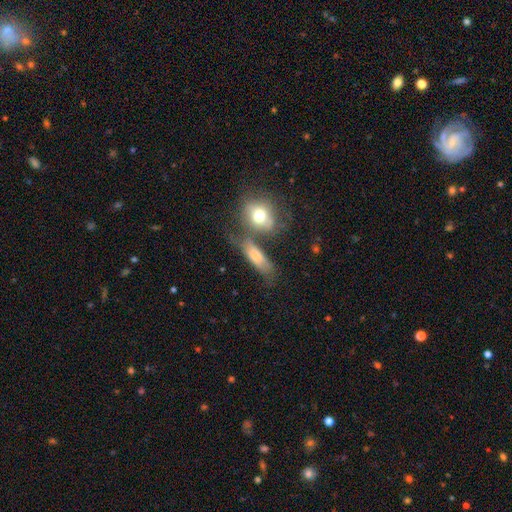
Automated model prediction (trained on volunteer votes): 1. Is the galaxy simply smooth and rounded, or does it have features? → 61% smooth, 29% featured or disk, 10% star or artifact.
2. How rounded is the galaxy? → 59% in between, 29% cigar-shaped, 13% round.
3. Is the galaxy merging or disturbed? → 41% none, 29% merger, 18% minor disturbance, 12% major disturbance.